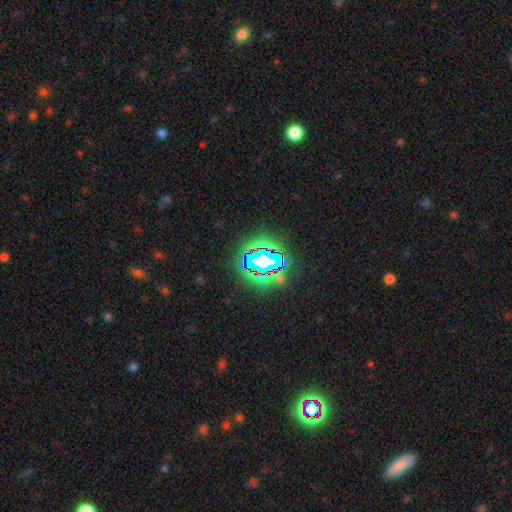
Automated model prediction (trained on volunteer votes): Q: Smooth or featured?
A: star or artifact (75%); runner-up: smooth (13%)